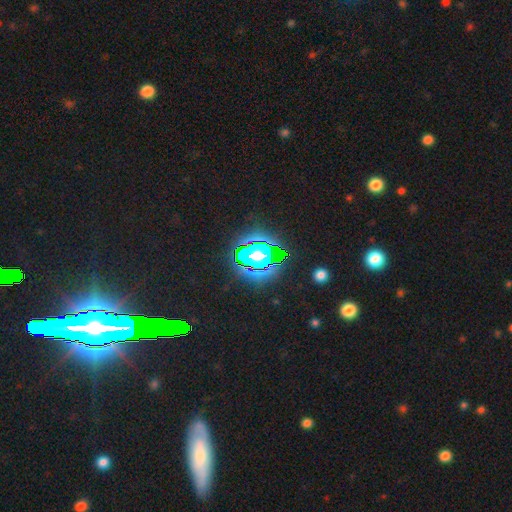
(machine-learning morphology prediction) Smooth or featured? Predicted: star or artifact (p=0.66).